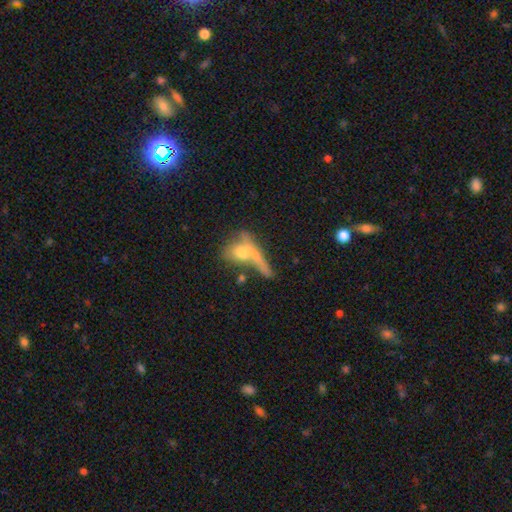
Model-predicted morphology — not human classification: Smooth or featured? smooth (56%)
How rounded? round (36%)
Merging? merger (40%)